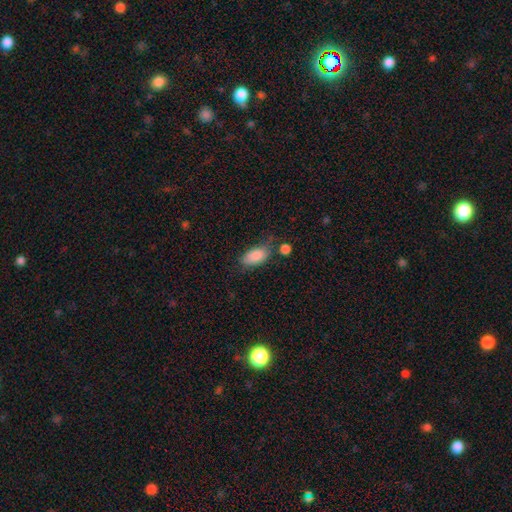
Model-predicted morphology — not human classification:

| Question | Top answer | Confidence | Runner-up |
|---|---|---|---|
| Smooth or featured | smooth | 85% | star or artifact (8%) |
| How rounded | in between | 91% | cigar-shaped (4%) |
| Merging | none | 54% | minor disturbance (28%) |